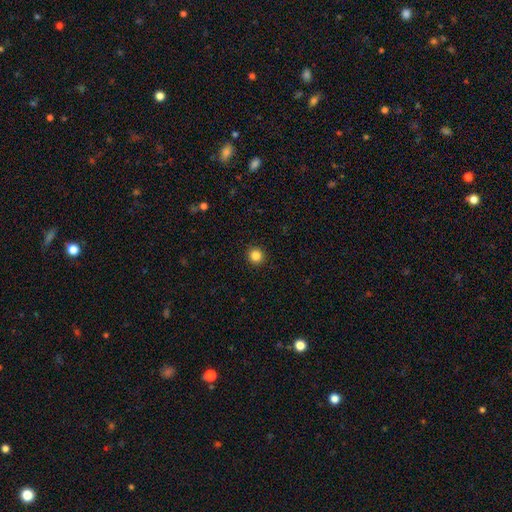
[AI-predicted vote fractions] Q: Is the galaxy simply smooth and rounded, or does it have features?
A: smooth — 85%.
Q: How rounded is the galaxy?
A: round — 94%.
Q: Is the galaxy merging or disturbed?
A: none — 93%.